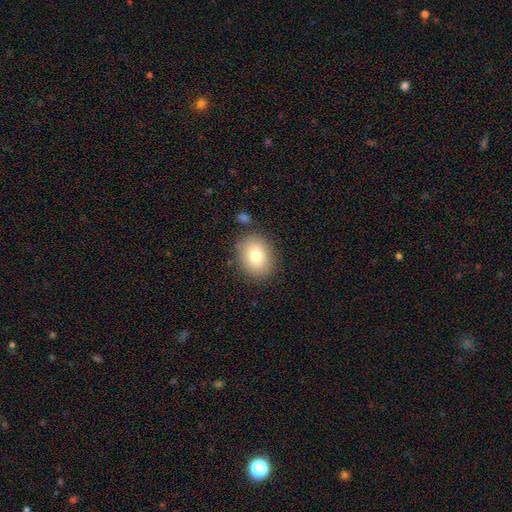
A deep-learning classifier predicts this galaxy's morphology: smooth-or-featured: smooth: 77% | featured or disk: 13% | star or artifact: 10%
  how-rounded: round: 51% | in between: 48% | cigar-shaped: 1%
  merging: none: 82% | minor disturbance: 11% | major disturbance: 3% | merger: 3%